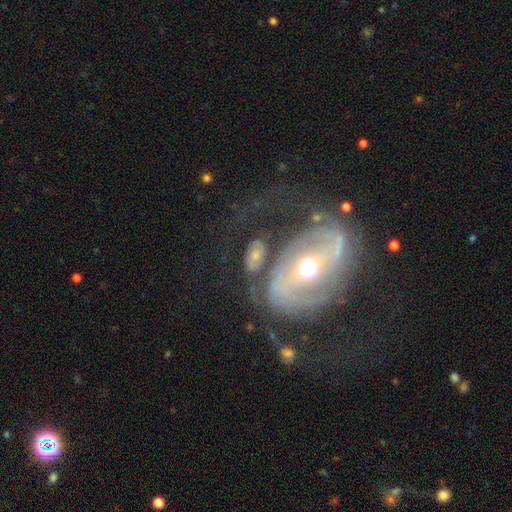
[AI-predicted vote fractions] This is possibly a featured or disk galaxy (52%). It is clearly not viewed edge-on (88%). Merging: possibly none (57%).